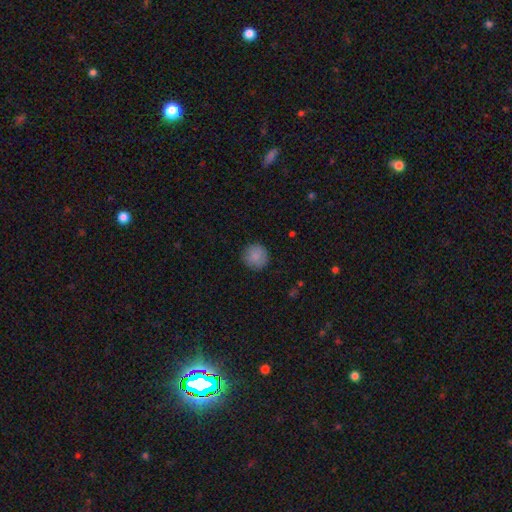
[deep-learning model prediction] This is clearly a smooth galaxy (86%). How rounded: clearly round (94%). Merging: clearly none (87%).